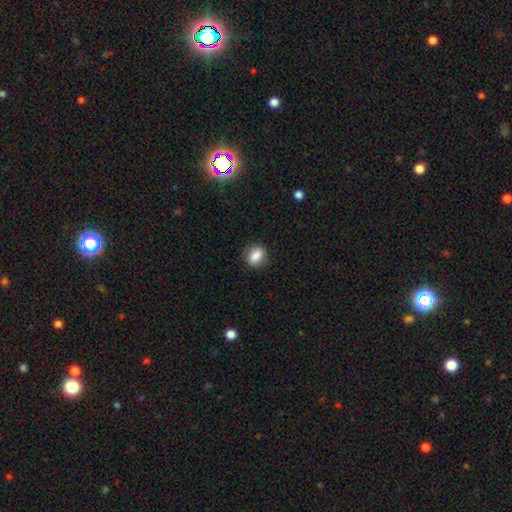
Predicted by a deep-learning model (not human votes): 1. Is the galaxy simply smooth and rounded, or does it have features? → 85% smooth, 8% star or artifact, 7% featured or disk.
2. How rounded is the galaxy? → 64% in between, 32% round, 3% cigar-shaped.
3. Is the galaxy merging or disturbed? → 85% none, 11% minor disturbance, 3% major disturbance, 1% merger.